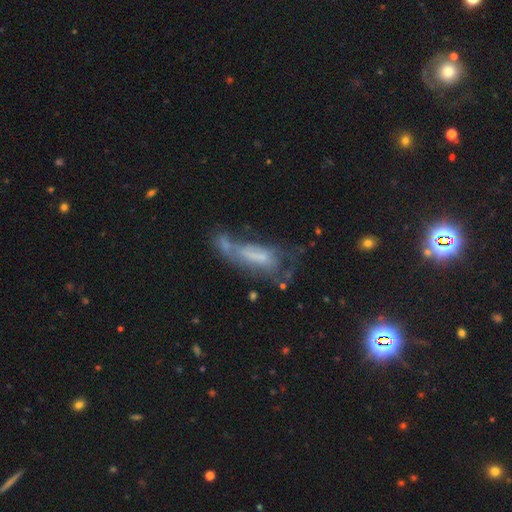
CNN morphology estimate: featured or disk 52%, smooth 36%, star or artifact 12%. Down the decision tree: edge-on disk — no (81%); merging — major disturbance (36%).